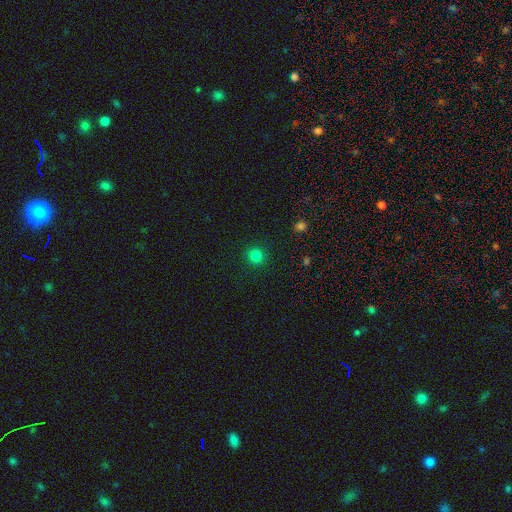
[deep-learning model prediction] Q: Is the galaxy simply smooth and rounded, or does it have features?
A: smooth — 81%.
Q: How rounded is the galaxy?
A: round — 94%.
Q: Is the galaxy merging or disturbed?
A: none — 92%.